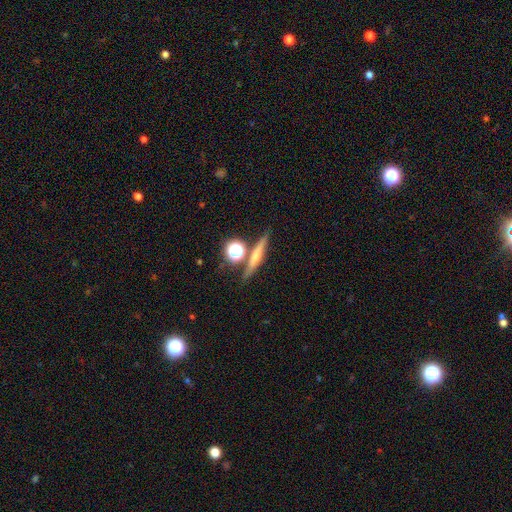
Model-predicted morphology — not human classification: Smooth or featured: featured or disk — 52% (smooth — 30%)
Edge-on disk: yes — 90% (no — 10%)
Merging: none — 76% (merger — 11%)